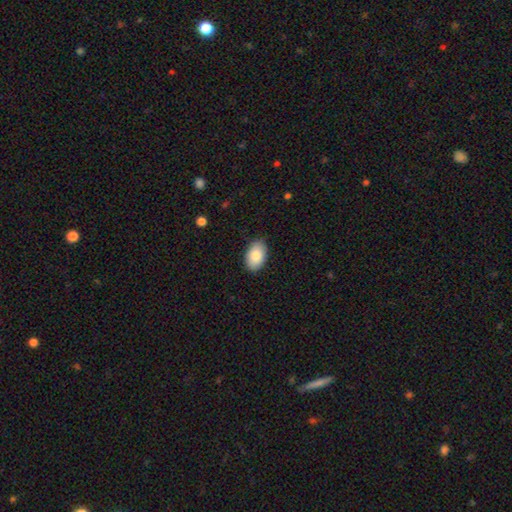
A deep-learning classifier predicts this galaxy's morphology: smooth_or_featured: smooth (p=0.85) [alt: featured or disk p=0.08]
how_rounded: in between (p=0.92) [alt: round p=0.07]
merging: none (p=0.87) [alt: minor disturbance p=0.10]